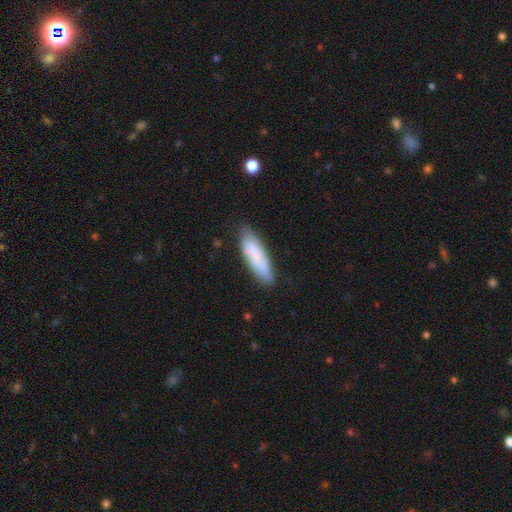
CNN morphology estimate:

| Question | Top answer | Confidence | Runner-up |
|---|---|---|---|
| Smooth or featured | smooth | 70% | featured or disk (24%) |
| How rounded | cigar-shaped | 53% | in between (46%) |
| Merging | none | 75% | minor disturbance (19%) |